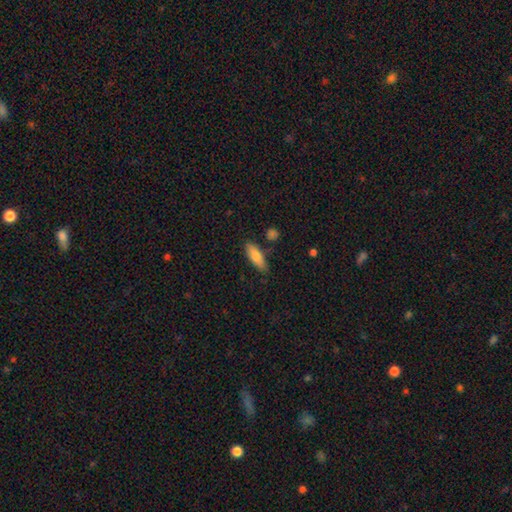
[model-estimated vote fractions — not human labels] This appears to be a smooth galaxy with no disk features (79%) that is in between round and cigar-shaped (67%). Merging: none (77%).